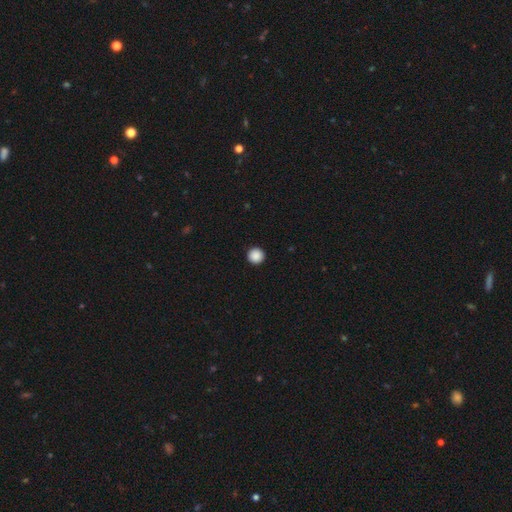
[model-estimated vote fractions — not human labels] Q: Smooth or featured?
A: smooth (88%); runner-up: star or artifact (9%)
Q: How rounded?
A: round (97%); runner-up: in between (2%)
Q: Merging?
A: none (94%); runner-up: minor disturbance (4%)